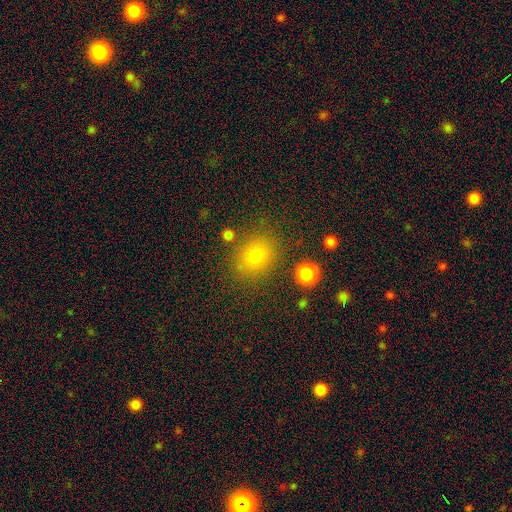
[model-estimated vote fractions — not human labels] A smooth galaxy with no disk features (77%) that is round (55%). Merging: none (81%).